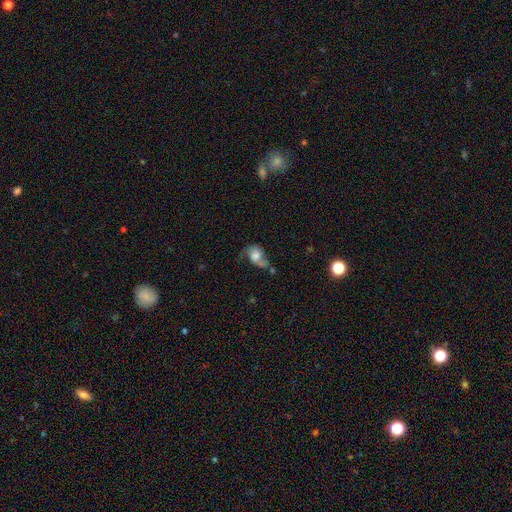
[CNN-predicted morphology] featured or disk 49%, smooth 41%, star or artifact 11%. Down the decision tree: merging — major disturbance (31%).